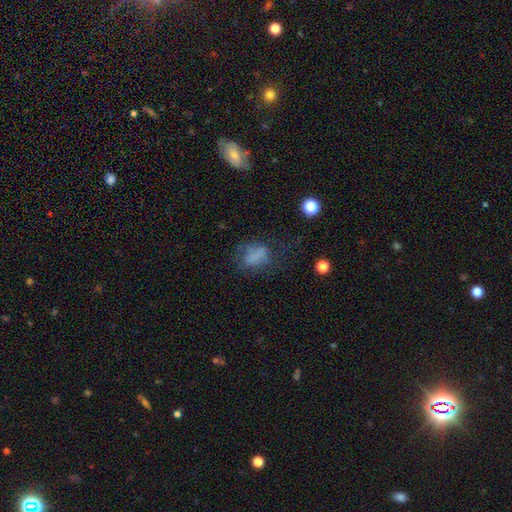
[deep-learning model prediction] Smooth or featured: smooth — 59% (featured or disk — 23%)
How rounded: in between — 69% (round — 28%)
Merging: none — 43% (major disturbance — 30%)